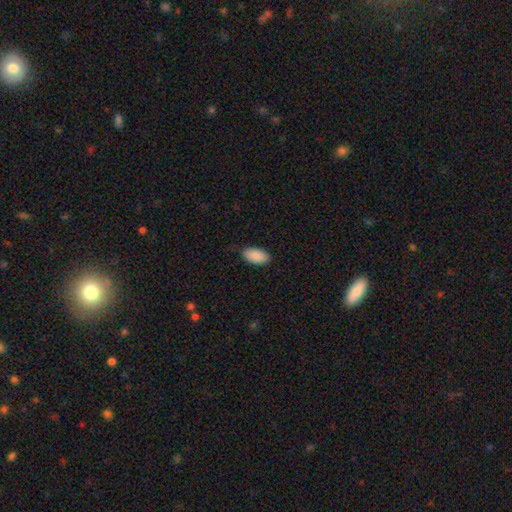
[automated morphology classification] smooth_or_featured: smooth (p=0.89) [alt: star or artifact p=0.06]
how_rounded: in between (p=0.95) [alt: round p=0.03]
merging: none (p=0.83) [alt: minor disturbance p=0.14]